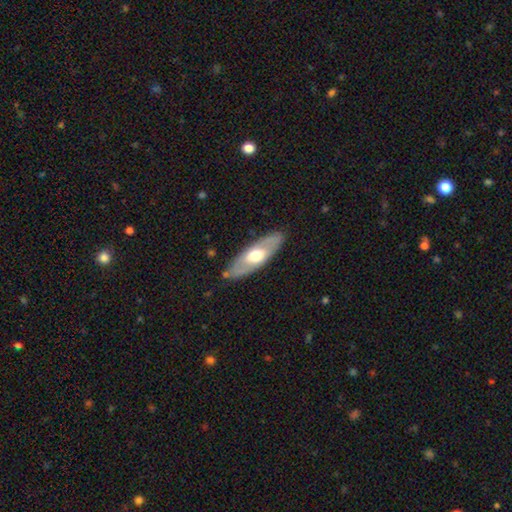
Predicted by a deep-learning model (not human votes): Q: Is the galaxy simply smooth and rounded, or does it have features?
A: featured or disk — 50%.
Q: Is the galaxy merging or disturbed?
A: none — 83%.